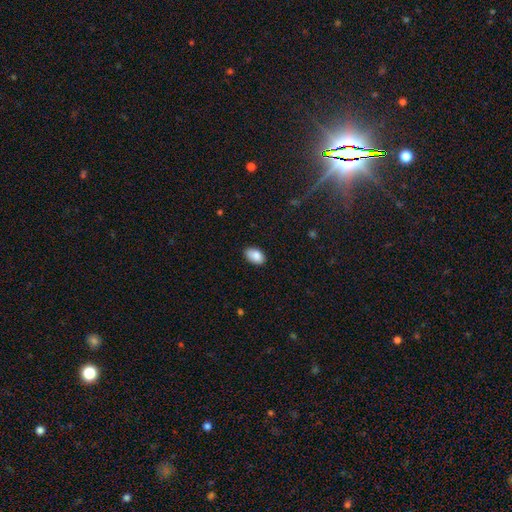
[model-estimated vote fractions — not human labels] Overall: smooth (86%). How rounded: in between (91%). Merging: none (82%).